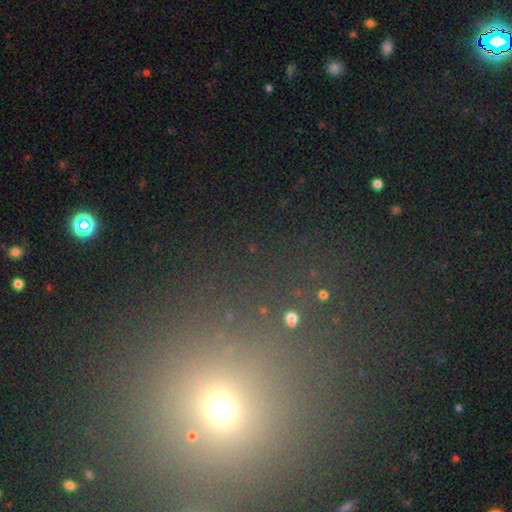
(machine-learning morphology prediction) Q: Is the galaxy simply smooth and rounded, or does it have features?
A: star or artifact — 52%.